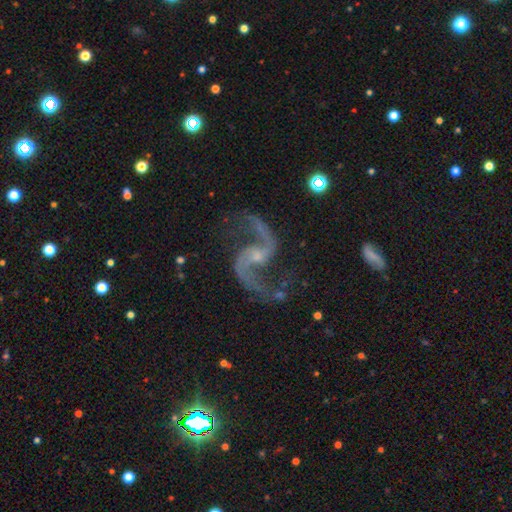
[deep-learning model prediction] The model was most divided on "bar": no: 51%, weak: 37%, strong: 11%. More confident: edge-on disk — no (98%); spiral arms — yes (98%); spiral arm count — 2 (95%); smooth or featured — featured or disk (93%); spiral winding — loose (75%); merging — none (73%); bulge size — small (64%).